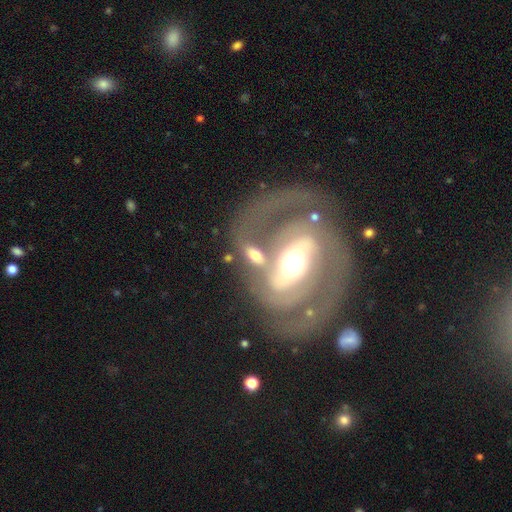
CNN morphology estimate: A featured or disk galaxy (61%) with no bar (51%), spiral arms (72%) and a moderate central bulge (51%).

Vote fractions:
- Smooth or featured? featured or disk: 61% / smooth: 31% / star or artifact: 8%
- Edge-on disk? no: 87% / yes: 13%
- Bar? no: 51% / weak: 27% / strong: 22%
- Spiral arms? yes: 72% / no: 28%
- Bulge size? moderate: 51% / large: 32% / small: 9% / dominant: 6% / none: 2%
- Merging? merger: 41% / none: 31% / major disturbance: 16% / minor disturbance: 12%